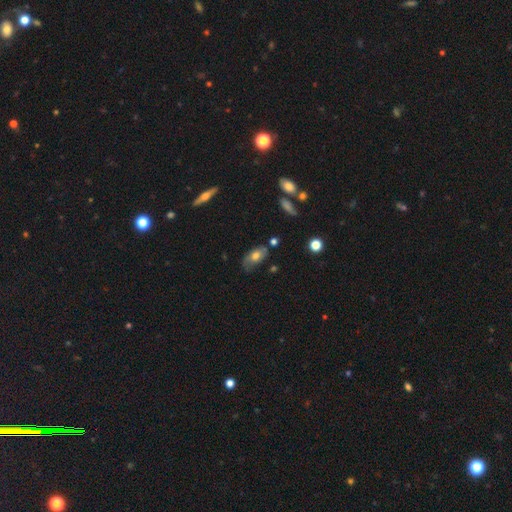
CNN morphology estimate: Smooth or featured? Predicted: smooth (p=0.57). How rounded? Predicted: in between (p=0.88). Merging? Predicted: none (p=0.59).